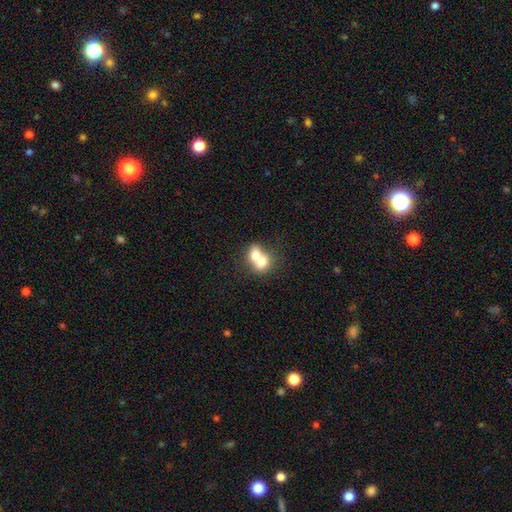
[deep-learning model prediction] This appears to be a smooth galaxy with no disk features (68%) that is in between round and cigar-shaped (55%). Merging: merger (75%).